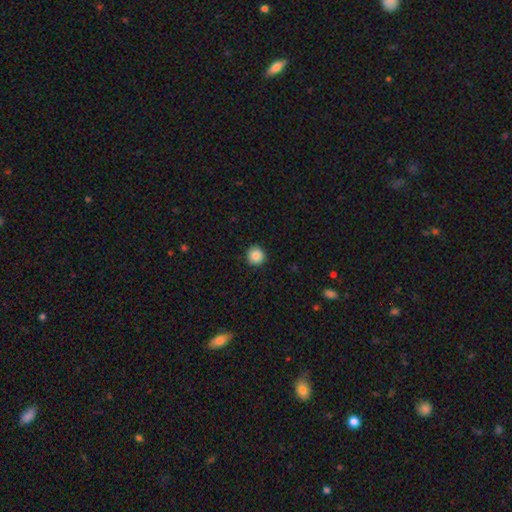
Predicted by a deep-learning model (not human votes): Smooth or featured? smooth (86%)
How rounded? round (95%)
Merging? none (92%)